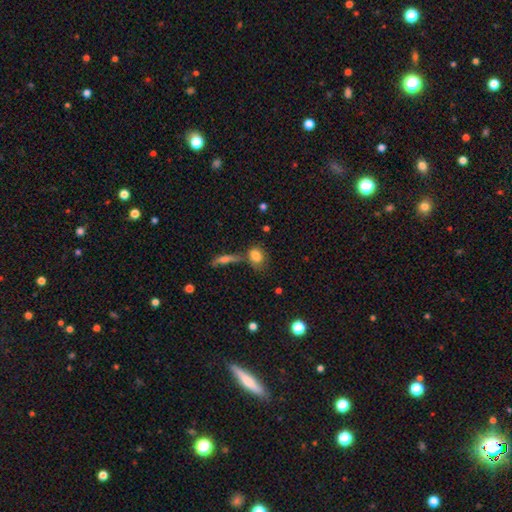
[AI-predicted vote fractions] Smooth or featured? Predicted: smooth (p=0.80). How rounded? Predicted: in between (p=0.62). Merging? Predicted: none (p=0.53).